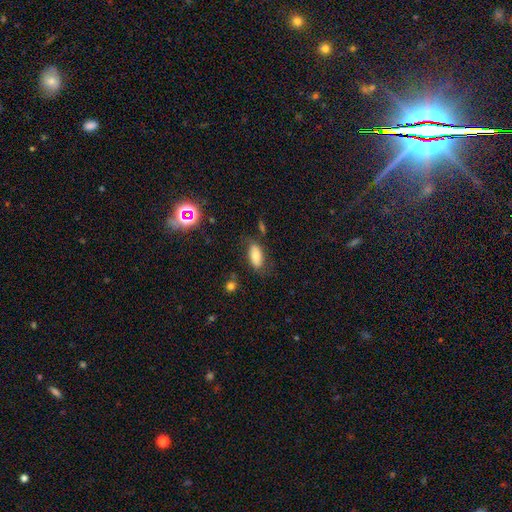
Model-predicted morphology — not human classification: Q: Smooth or featured?
A: smooth (71%); runner-up: featured or disk (20%)
Q: How rounded?
A: in between (89%); runner-up: cigar-shaped (7%)
Q: Merging?
A: none (65%); runner-up: minor disturbance (22%)